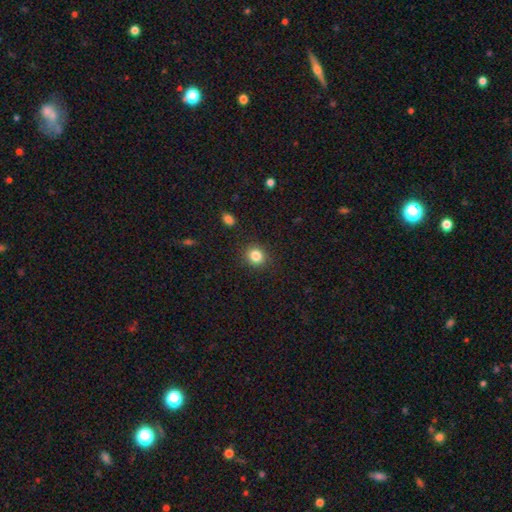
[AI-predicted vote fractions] Smooth or featured?
  - smooth: 84% *
  - star or artifact: 11%
  - featured or disk: 5%
How rounded?
  - round: 83% *
  - in between: 16%
  - cigar-shaped: 1%
Merging?
  - none: 90% *
  - minor disturbance: 7%
  - major disturbance: 2%
  - merger: 1%